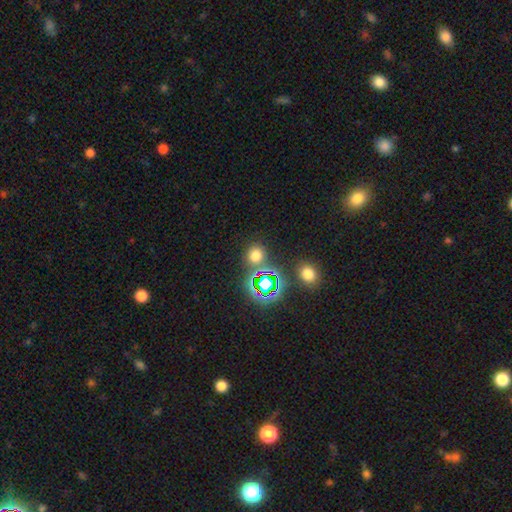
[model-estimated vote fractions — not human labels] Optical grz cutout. It shows a smooth galaxy with no disk features (62%) that is round (84%). Merging: none (79%).